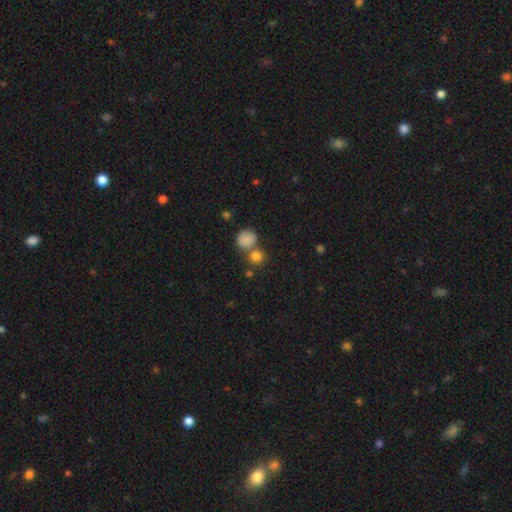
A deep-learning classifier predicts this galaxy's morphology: Overall: smooth (81%). How rounded: round (87%). Merging: none (56%; merger 32%).